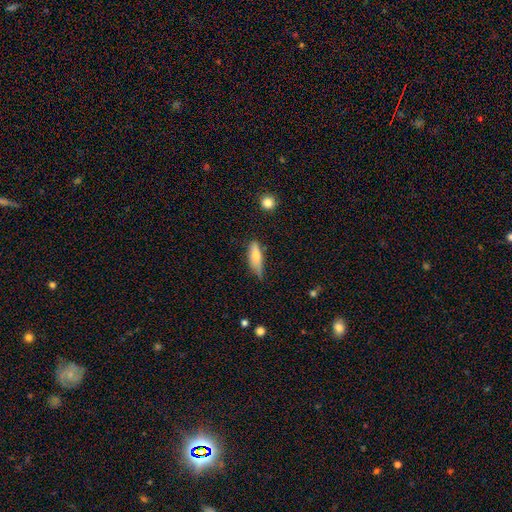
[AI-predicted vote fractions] This is likely a smooth galaxy (68%). How rounded: possibly in between (53%). Merging: possibly none (51%).